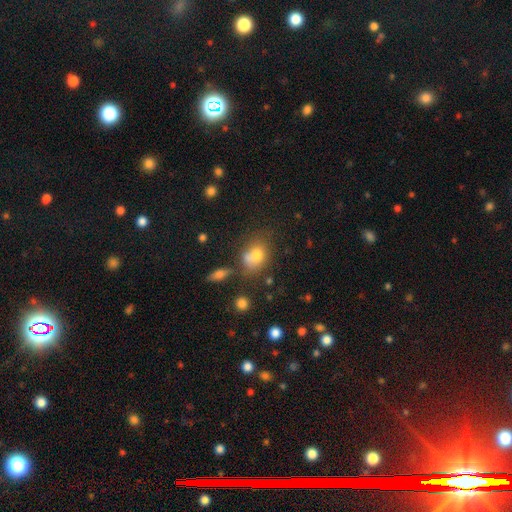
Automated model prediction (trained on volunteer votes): smooth 74%, featured or disk 14%, star or artifact 11%. Down the decision tree: how rounded — in between (55%); merging — none (45%).